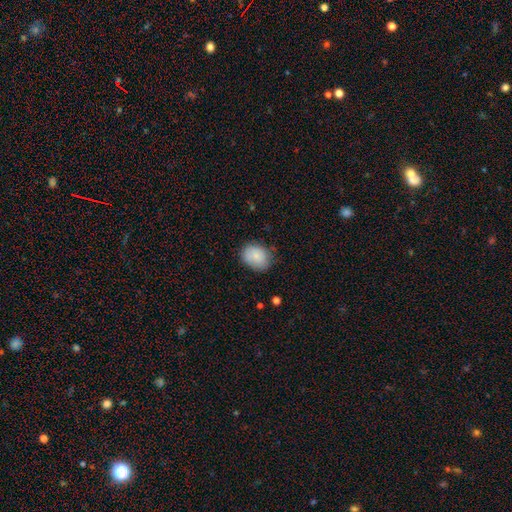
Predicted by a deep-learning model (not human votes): Morphology: type=smooth (84%); roundness=in between (54%); merging=none (71%).